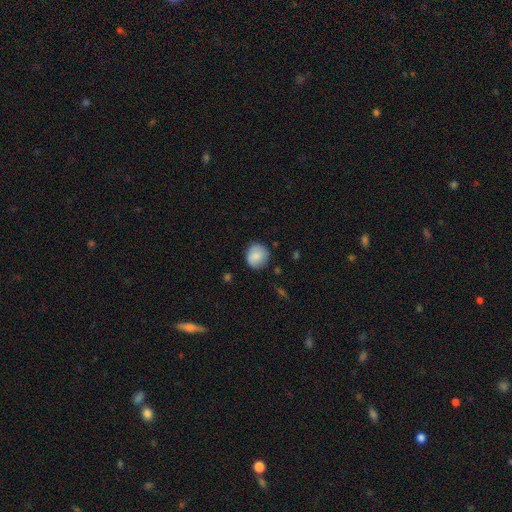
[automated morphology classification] The model was most divided on "merging": none: 82%, minor disturbance: 14%, major disturbance: 3%, merger: 1%. More confident: how rounded — round (86%); smooth or featured — smooth (84%).